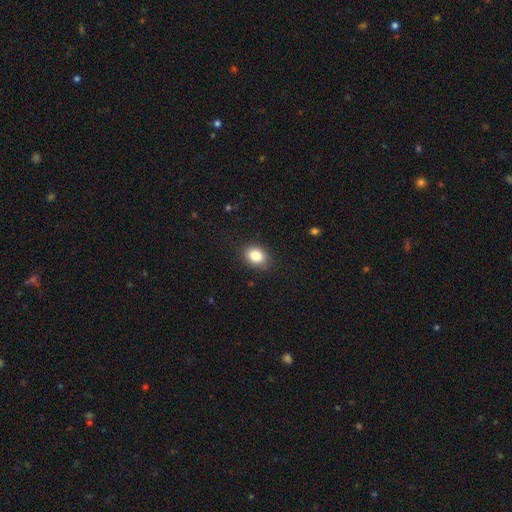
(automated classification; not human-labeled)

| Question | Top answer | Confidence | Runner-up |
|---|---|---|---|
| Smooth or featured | smooth | 85% | star or artifact (9%) |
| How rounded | in between | 65% | round (34%) |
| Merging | none | 87% | minor disturbance (10%) |